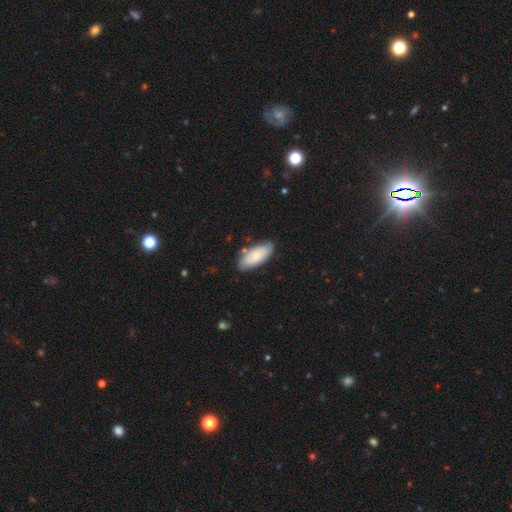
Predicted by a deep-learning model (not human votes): Overall: smooth (73%). How rounded: in between (88%). Merging: none (76%).